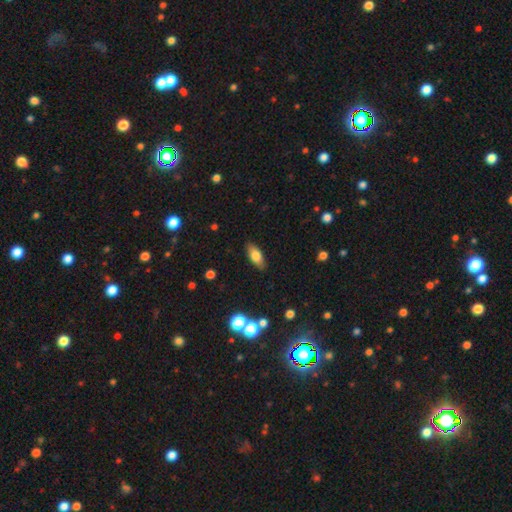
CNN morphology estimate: This is likely a smooth galaxy (75%). How rounded: likely in between (80%). Merging: clearly none (87%).